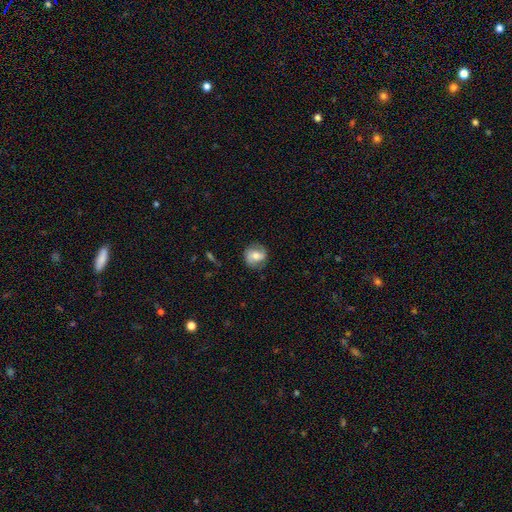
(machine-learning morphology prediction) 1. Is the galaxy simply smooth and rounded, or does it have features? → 52% smooth, 40% featured or disk, 8% star or artifact.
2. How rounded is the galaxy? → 80% round, 18% in between, 1% cigar-shaped.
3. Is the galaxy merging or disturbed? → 79% none, 15% minor disturbance, 5% major disturbance, 1% merger.